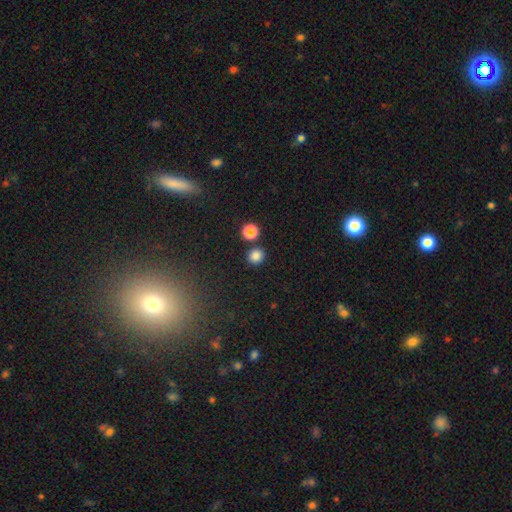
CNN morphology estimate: The model was most divided on "smooth or featured": smooth: 84%, star or artifact: 12%, featured or disk: 4%. More confident: how rounded — round (89%); merging — none (83%).